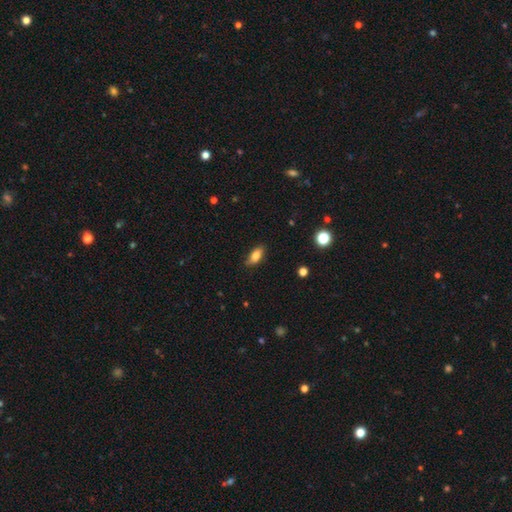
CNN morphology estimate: This appears to be a smooth galaxy with no disk features (78%) that is in between round and cigar-shaped (83%). Merging: none (80%).